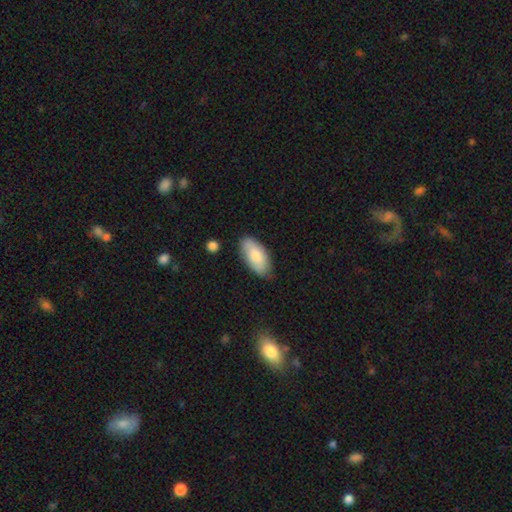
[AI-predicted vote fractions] The model was most divided on "merging": none: 77%, minor disturbance: 18%, major disturbance: 3%, merger: 2%. More confident: how rounded — in between (92%); smooth or featured — smooth (78%).